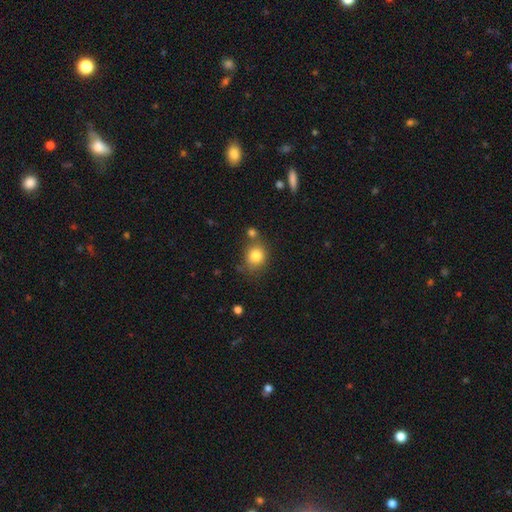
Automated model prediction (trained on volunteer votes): Morphology: type=smooth (81%); roundness=round (73%); merging=none (65%).